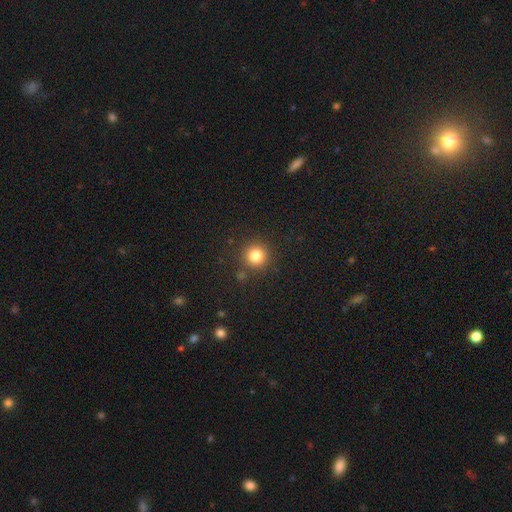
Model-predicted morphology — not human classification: Smooth or featured: smooth — 82% (star or artifact — 13%)
How rounded: round — 94% (in between — 5%)
Merging: none — 87% (minor disturbance — 7%)